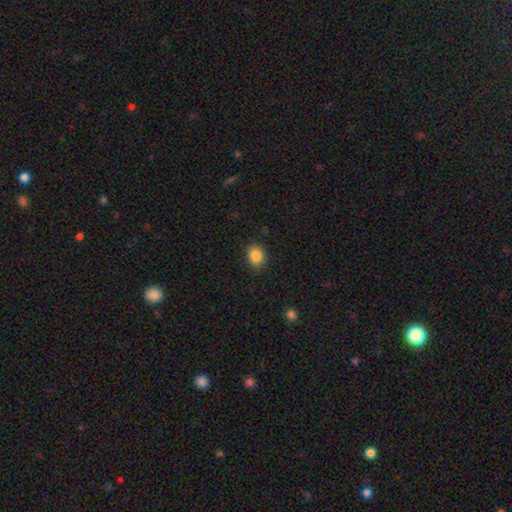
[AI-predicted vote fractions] Smooth or featured: smooth — 87% (star or artifact — 9%)
How rounded: in between — 53% (round — 46%)
Merging: none — 88% (minor disturbance — 9%)